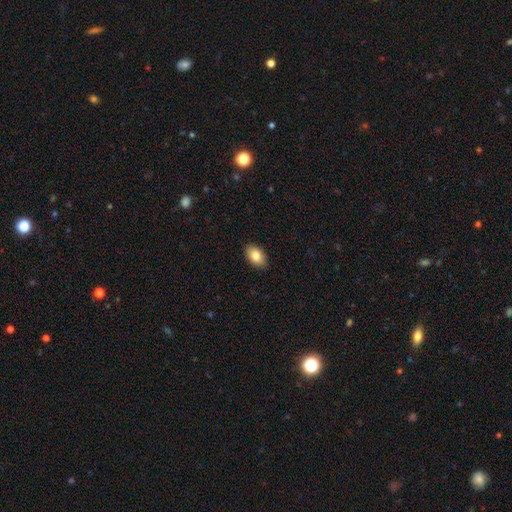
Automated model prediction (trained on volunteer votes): Smooth or featured?
  - smooth: 83% *
  - featured or disk: 10%
  - star or artifact: 7%
How rounded?
  - in between: 91% *
  - round: 8%
  - cigar-shaped: 1%
Merging?
  - none: 88% *
  - minor disturbance: 9%
  - major disturbance: 2%
  - merger: 1%